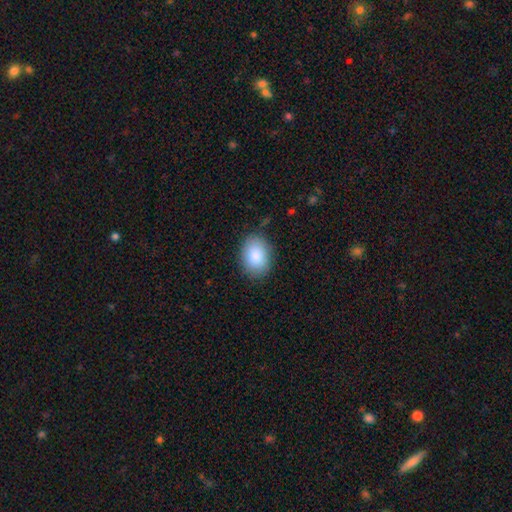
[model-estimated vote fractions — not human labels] Overall: smooth (88%). How rounded: in between (75%). Merging: none (85%).